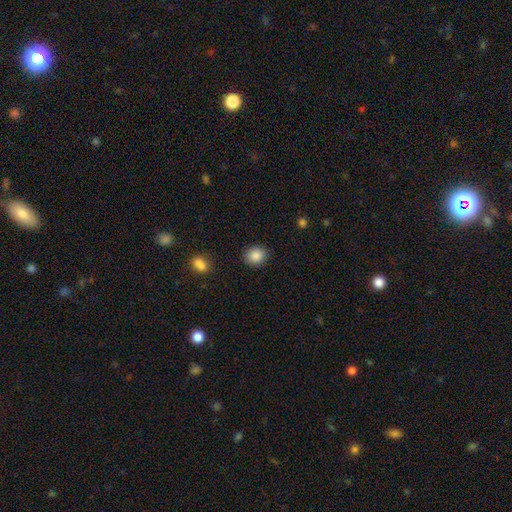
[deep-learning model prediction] Morphology: type=smooth (87%); roundness=round (67%); merging=none (88%).